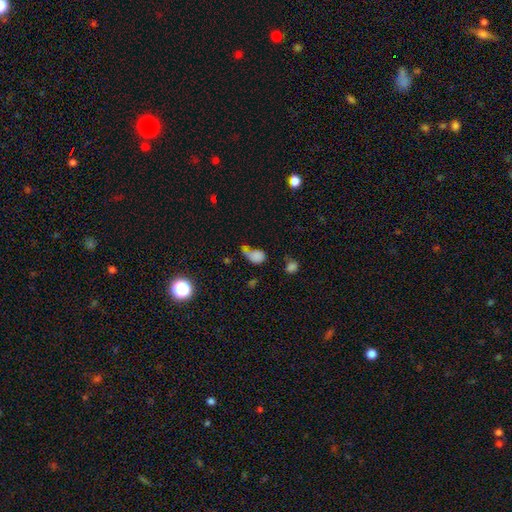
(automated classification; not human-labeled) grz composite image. It shows a smooth galaxy with no disk features (73%) that is in between round and cigar-shaped (64%). Merging: none (31%).